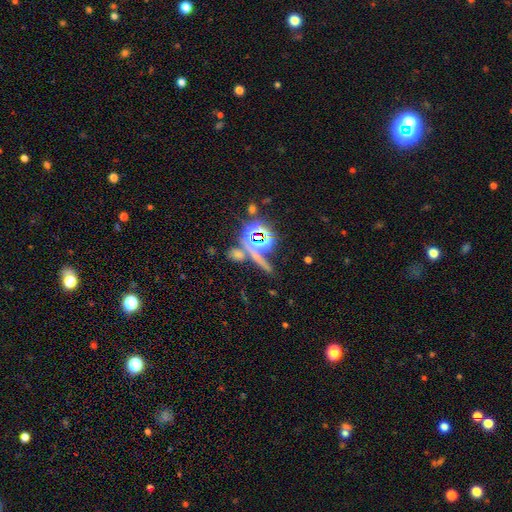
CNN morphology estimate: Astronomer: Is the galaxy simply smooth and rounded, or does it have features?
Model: star or artifact — 62%.